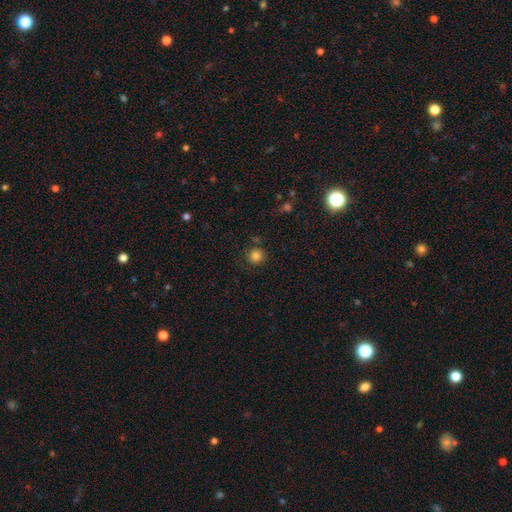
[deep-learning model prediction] Overall: smooth (83%). How rounded: round (94%). Merging: none (85%).